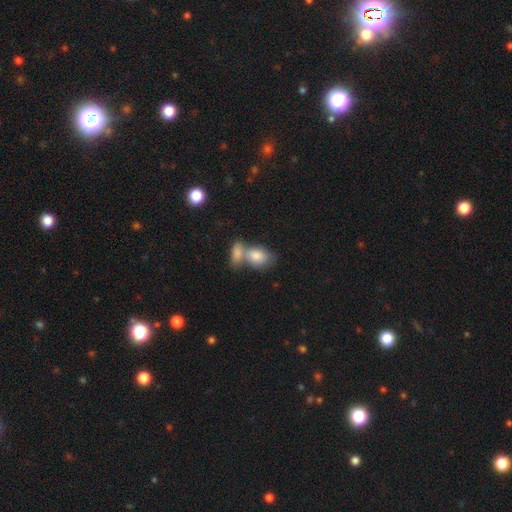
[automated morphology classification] Q: Smooth or featured?
A: smooth (82%); runner-up: featured or disk (11%)
Q: How rounded?
A: in between (78%); runner-up: round (20%)
Q: Merging?
A: merger (60%); runner-up: none (26%)